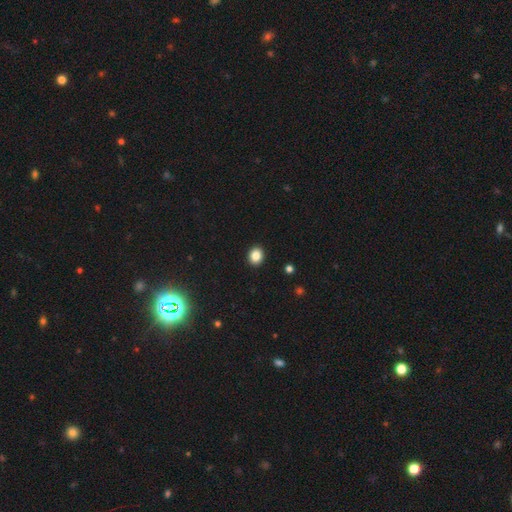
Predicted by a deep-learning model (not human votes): A smooth galaxy with no disk features (85%) that is round (68%).

Vote fractions:
- Smooth or featured? smooth: 85% / star or artifact: 11% / featured or disk: 4%
- How rounded? round: 68% / in between: 31% / cigar-shaped: 1%
- Merging? none: 92% / minor disturbance: 5% / major disturbance: 2% / merger: 1%